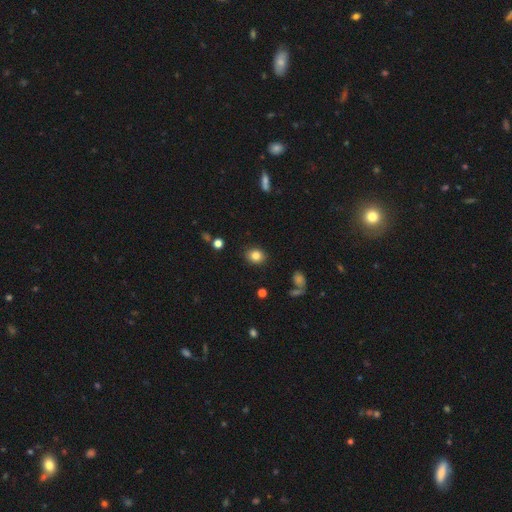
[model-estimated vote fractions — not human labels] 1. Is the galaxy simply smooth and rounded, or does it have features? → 83% smooth, 10% star or artifact, 7% featured or disk.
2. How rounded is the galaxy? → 64% round, 35% in between, 1% cigar-shaped.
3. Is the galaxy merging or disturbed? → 89% none, 8% minor disturbance, 2% major disturbance, 2% merger.